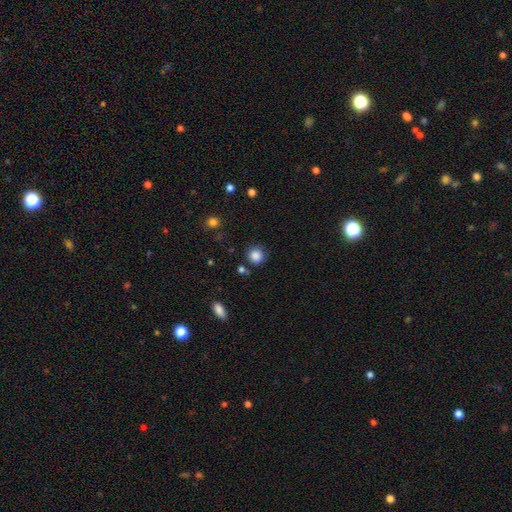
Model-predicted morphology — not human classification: Q: Smooth or featured?
A: smooth (86%); runner-up: star or artifact (10%)
Q: How rounded?
A: round (90%); runner-up: in between (9%)
Q: Merging?
A: none (83%); runner-up: minor disturbance (10%)